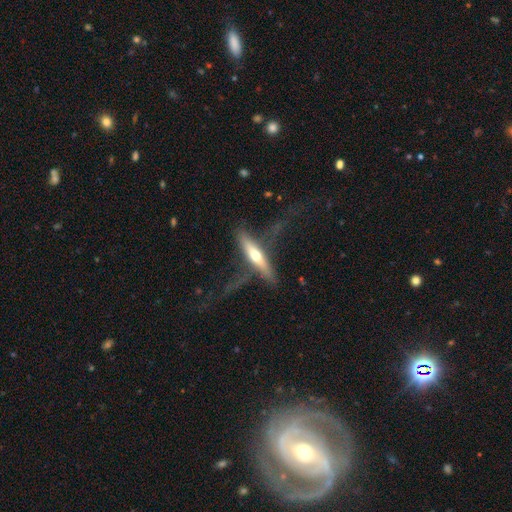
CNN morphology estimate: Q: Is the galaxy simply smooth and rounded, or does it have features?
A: featured or disk — 62%.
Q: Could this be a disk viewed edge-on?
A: yes — 83%.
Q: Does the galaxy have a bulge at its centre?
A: rounded — 87%.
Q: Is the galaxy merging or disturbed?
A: none — 50%.